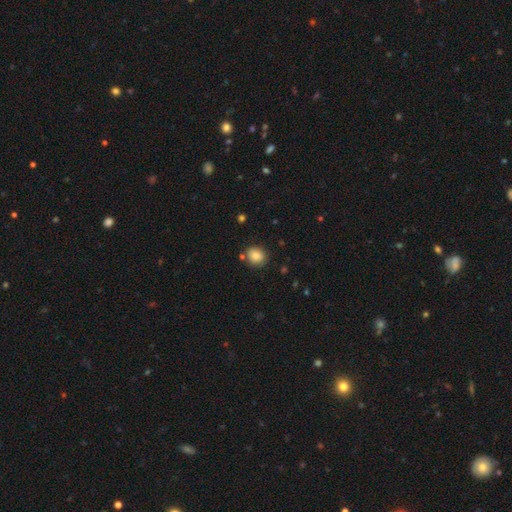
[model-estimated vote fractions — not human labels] Smooth or featured? smooth (83%)
How rounded? round (77%)
Merging? none (80%)